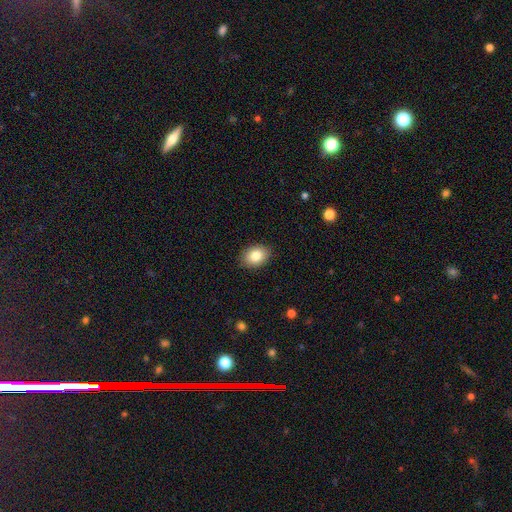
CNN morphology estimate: Smooth or featured? smooth (84%)
How rounded? in between (77%)
Merging? none (88%)